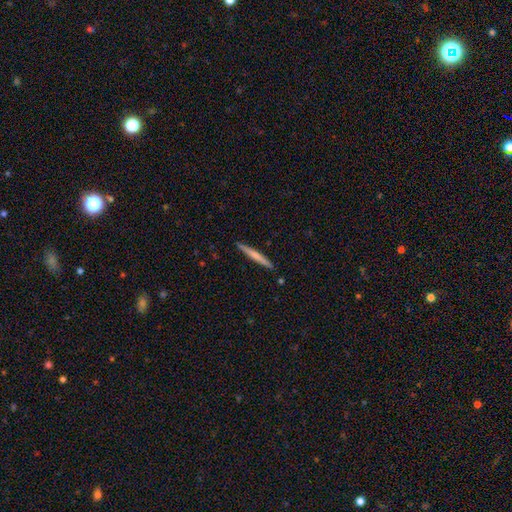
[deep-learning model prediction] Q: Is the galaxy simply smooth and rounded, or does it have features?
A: smooth — 57%.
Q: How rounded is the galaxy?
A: cigar-shaped — 97%.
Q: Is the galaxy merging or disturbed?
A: none — 91%.